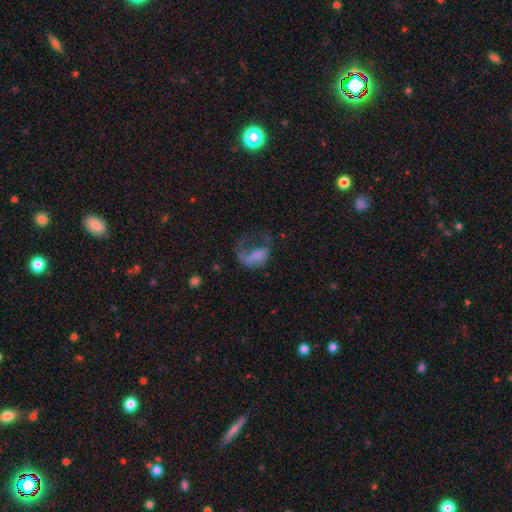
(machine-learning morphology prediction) smooth-or-featured: smooth: 45% | featured or disk: 42% | star or artifact: 12%
  merging: major disturbance: 63% | none: 19% | minor disturbance: 14% | merger: 4%